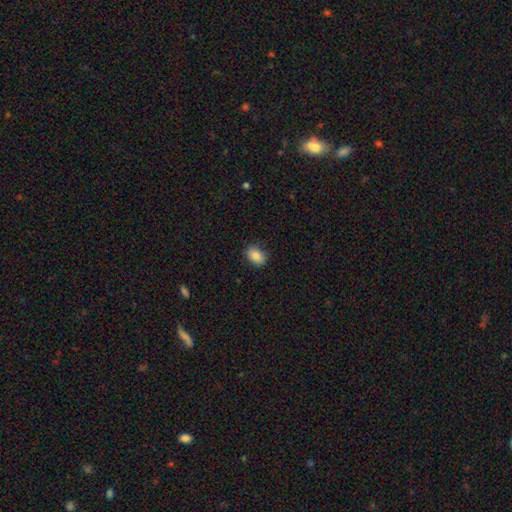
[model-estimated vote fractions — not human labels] A smooth galaxy with no disk features (84%) that is in between round and cigar-shaped (75%).

Vote fractions:
- Smooth or featured? smooth: 84% / star or artifact: 9% / featured or disk: 7%
- How rounded? in between: 75% / round: 24% / cigar-shaped: 1%
- Merging? none: 86% / minor disturbance: 11% / major disturbance: 2% / merger: 1%